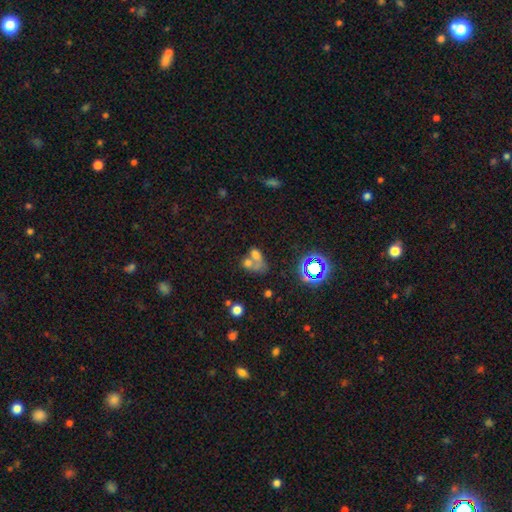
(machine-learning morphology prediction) Smooth or featured: smooth — 57% (star or artifact — 22%)
How rounded: in between — 65% (round — 32%)
Merging: merger — 63% (none — 20%)